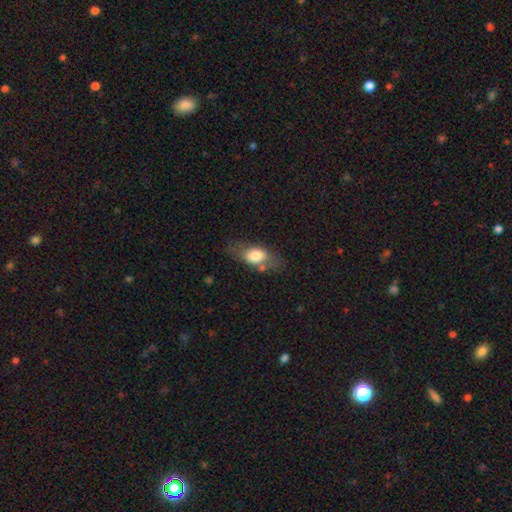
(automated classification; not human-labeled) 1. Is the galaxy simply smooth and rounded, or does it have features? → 67% smooth, 25% featured or disk, 7% star or artifact.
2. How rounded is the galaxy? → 83% in between, 10% round, 8% cigar-shaped.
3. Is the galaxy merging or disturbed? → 61% none, 22% minor disturbance, 10% major disturbance, 6% merger.